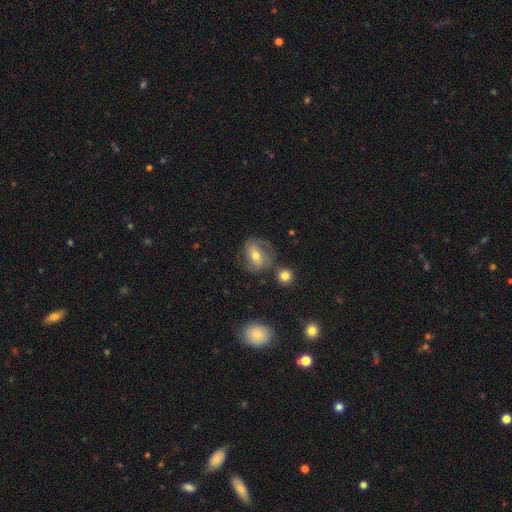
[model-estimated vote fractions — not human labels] smooth-or-featured: featured or disk: 51% | smooth: 41% | star or artifact: 9%
  disk-edge-on: no: 94% | yes: 6%
  merging: none: 60% | minor disturbance: 21% | major disturbance: 12% | merger: 7%